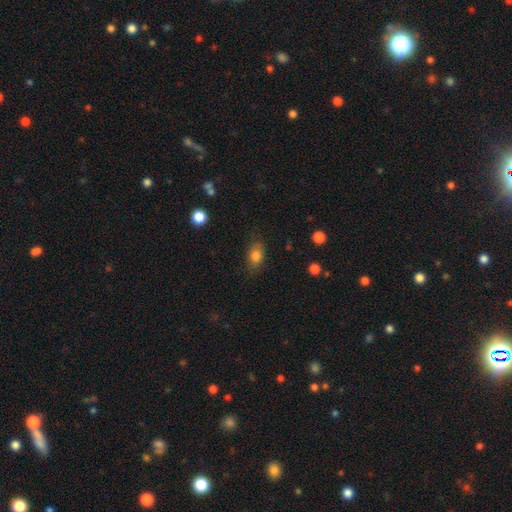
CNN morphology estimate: A smooth galaxy with no disk features (81%) that is in between round and cigar-shaped (81%).

Vote fractions:
- Smooth or featured? smooth: 81% / featured or disk: 10% / star or artifact: 9%
- How rounded? in between: 81% / round: 16% / cigar-shaped: 3%
- Merging? none: 75% / minor disturbance: 18% / major disturbance: 6% / merger: 1%